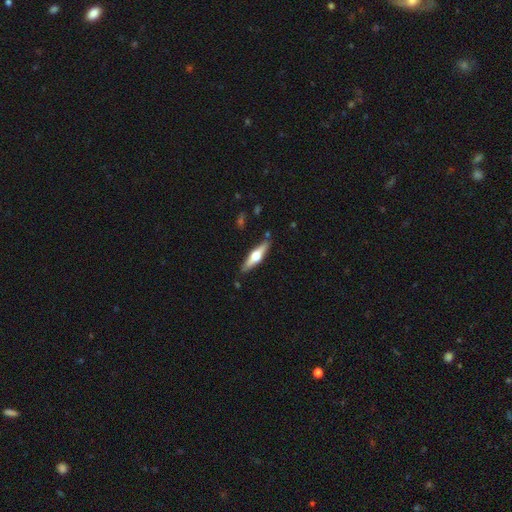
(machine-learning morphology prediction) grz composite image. It shows a featured or disk galaxy (65%) viewed edge-on (96%) with a rounded central bulge (95%). Merging: none (88%).